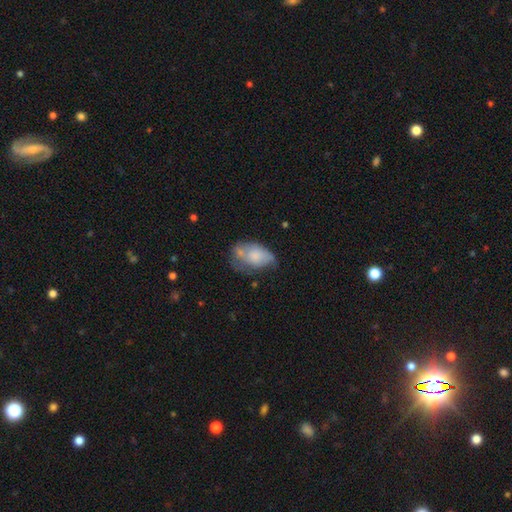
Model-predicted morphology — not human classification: The model was most divided on "merging": minor disturbance: 33%, none: 30%, major disturbance: 20%, merger: 17%. More confident: how rounded — in between (89%); smooth or featured — smooth (66%).